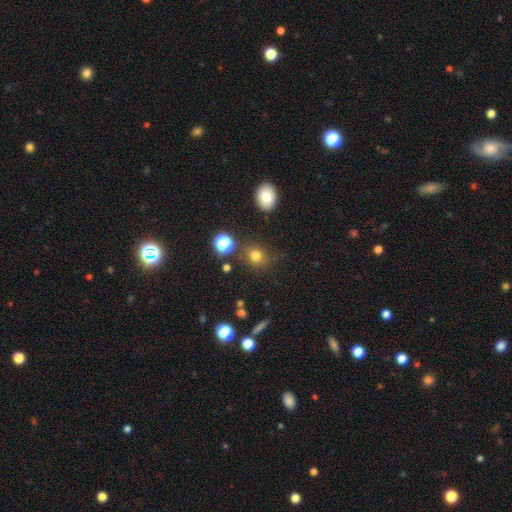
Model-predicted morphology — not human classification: smooth_or_featured: smooth (p=0.77) [alt: star or artifact p=0.17]
how_rounded: round (p=0.72) [alt: in between p=0.27]
merging: none (p=0.79) [alt: minor disturbance p=0.12]